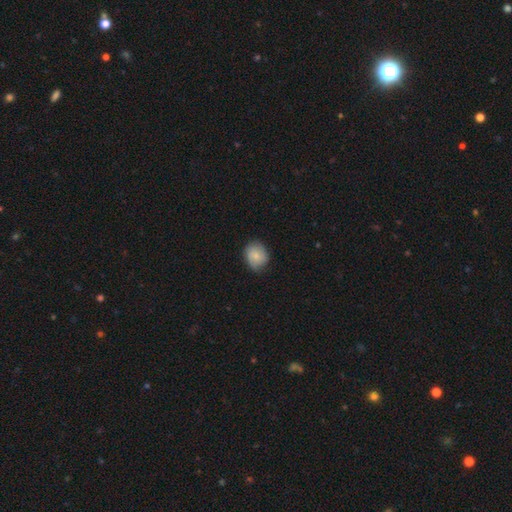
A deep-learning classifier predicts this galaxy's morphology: Smooth or featured? smooth (78%)
How rounded? round (62%)
Merging? none (73%)